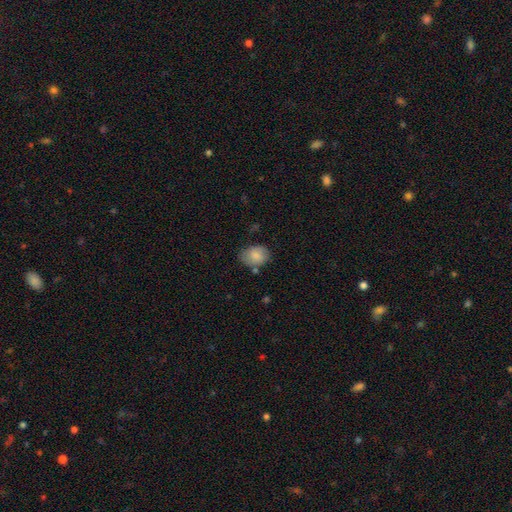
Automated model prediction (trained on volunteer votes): Smooth or featured? smooth (82%)
How rounded? in between (66%)
Merging? none (66%)